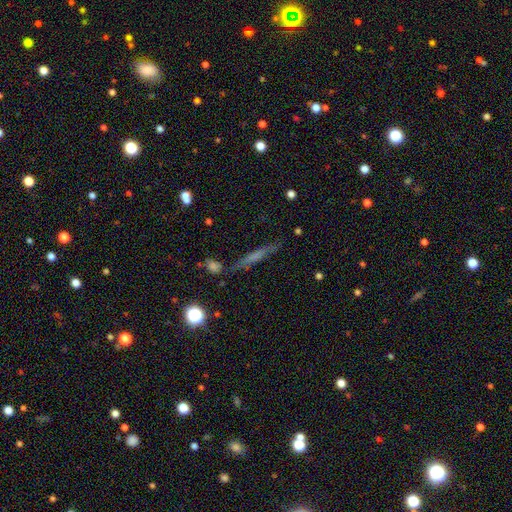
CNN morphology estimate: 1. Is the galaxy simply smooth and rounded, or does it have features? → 46% featured or disk, 39% smooth, 14% star or artifact.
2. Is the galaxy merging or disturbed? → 79% none, 12% minor disturbance, 5% merger, 4% major disturbance.